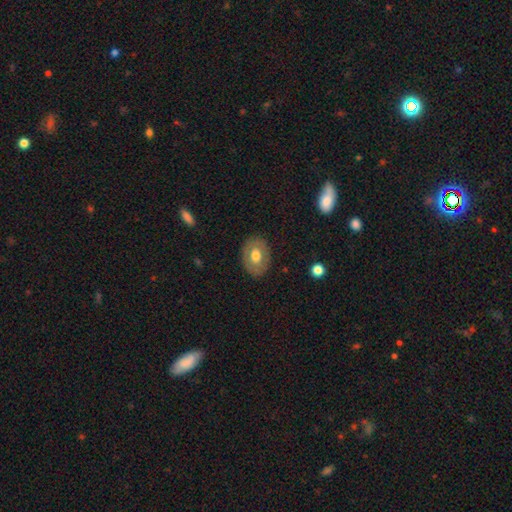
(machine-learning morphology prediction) Smooth or featured? smooth (60%)
How rounded? in between (73%)
Merging? none (84%)